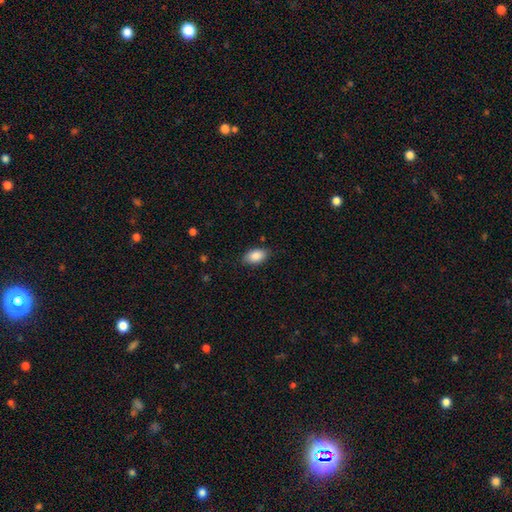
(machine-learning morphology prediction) Smooth or featured? smooth (87%)
How rounded? in between (93%)
Merging? none (83%)